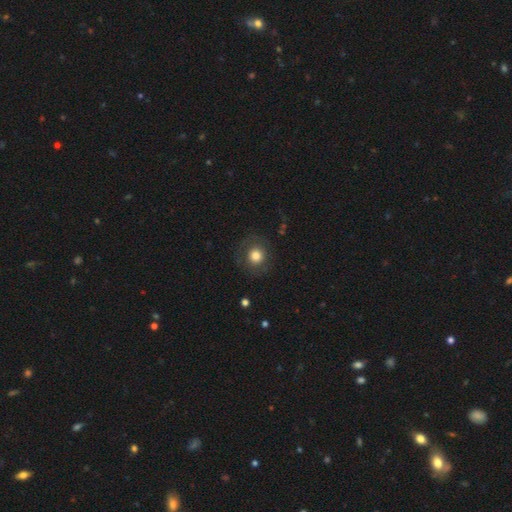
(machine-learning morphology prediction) type=smooth (76%); roundness=round (91%); merging=none (81%).